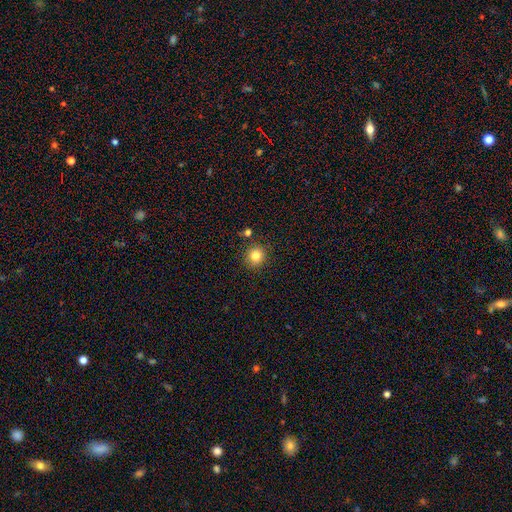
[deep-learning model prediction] A smooth galaxy with no disk features (83%) that is round (90%). Merging: none (85%).